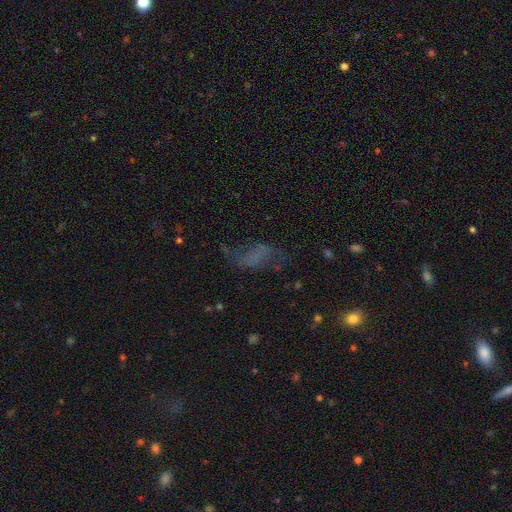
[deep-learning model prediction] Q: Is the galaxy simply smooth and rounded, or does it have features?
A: smooth — 41%.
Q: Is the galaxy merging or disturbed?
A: none — 45%.